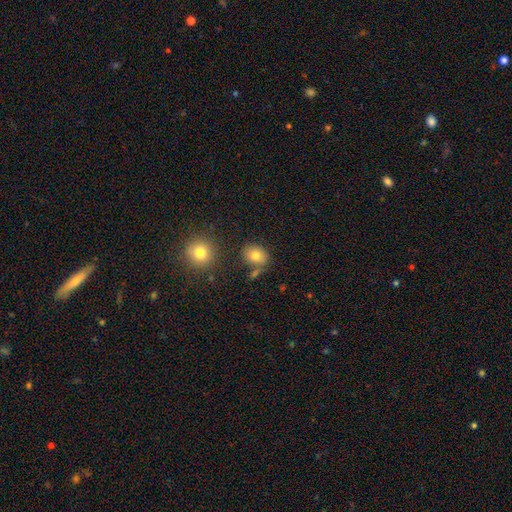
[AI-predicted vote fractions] Morphology: type=smooth (78%); roundness=round (52%); merging=none (72%).